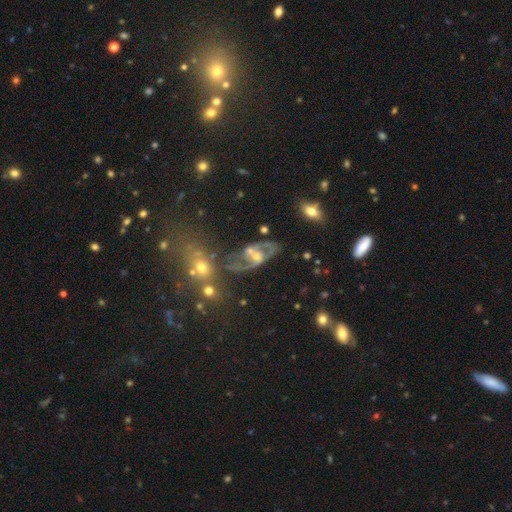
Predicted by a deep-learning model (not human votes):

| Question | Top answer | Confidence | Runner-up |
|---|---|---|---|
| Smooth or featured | featured or disk | 74% | smooth (16%) |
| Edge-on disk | no | 95% | yes (5%) |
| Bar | no | 47% | weak (38%) |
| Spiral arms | yes | 75% | no (25%) |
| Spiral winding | loose | 51% | medium (38%) |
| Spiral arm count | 2 | 83% | can't tell (8%) |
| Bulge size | small | 44% | moderate (43%) |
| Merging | none | 38% | merger (26%) |